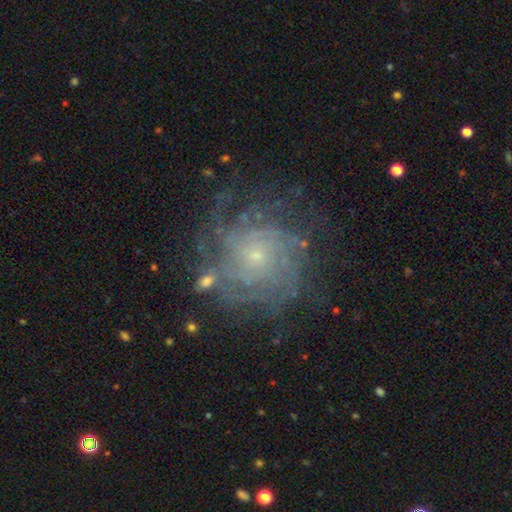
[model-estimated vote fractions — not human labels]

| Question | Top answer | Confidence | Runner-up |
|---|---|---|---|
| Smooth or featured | featured or disk | 80% | star or artifact (10%) |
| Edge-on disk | no | 97% | yes (3%) |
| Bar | no | 82% | weak (15%) |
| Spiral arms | yes | 93% | no (7%) |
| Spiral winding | tight | 69% | medium (24%) |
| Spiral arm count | can't tell | 35% | more than 4 (23%) |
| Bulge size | small | 81% | moderate (14%) |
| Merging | none | 74% | minor disturbance (15%) |